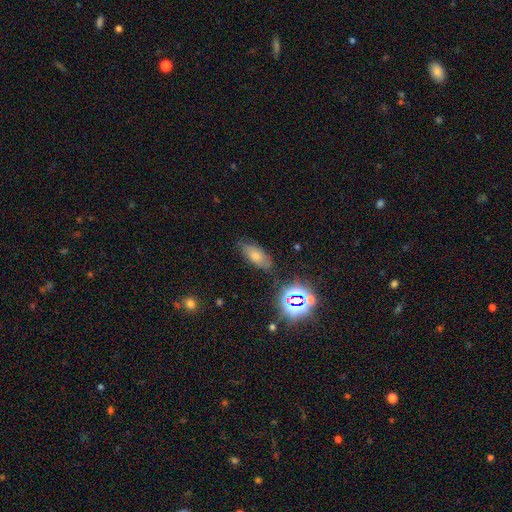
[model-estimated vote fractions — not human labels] Smooth or featured?
  - smooth: 65% *
  - star or artifact: 18%
  - featured or disk: 17%
How rounded?
  - in between: 85% *
  - cigar-shaped: 11%
  - round: 4%
Merging?
  - none: 74% *
  - minor disturbance: 19%
  - major disturbance: 5%
  - merger: 3%